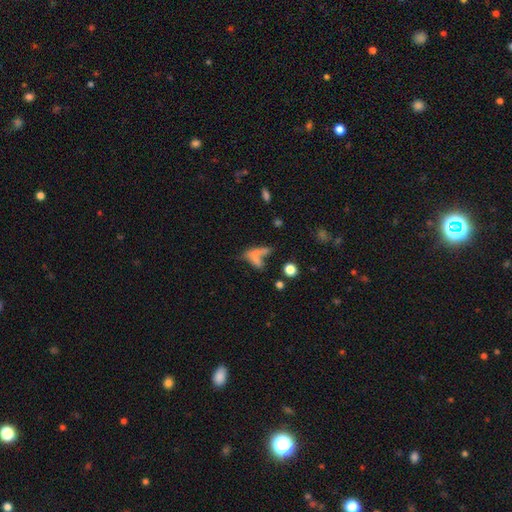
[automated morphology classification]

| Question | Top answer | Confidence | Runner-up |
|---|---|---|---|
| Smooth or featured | smooth | 61% | featured or disk (23%) |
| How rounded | in between | 51% | cigar-shaped (36%) |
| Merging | merger | 42% | none (31%) |